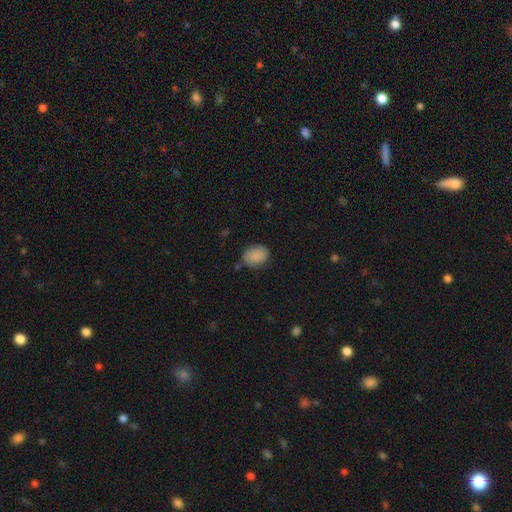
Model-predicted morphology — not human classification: smooth 87%, star or artifact 8%, featured or disk 5%. Down the decision tree: how rounded — in between (65%); merging — none (70%).